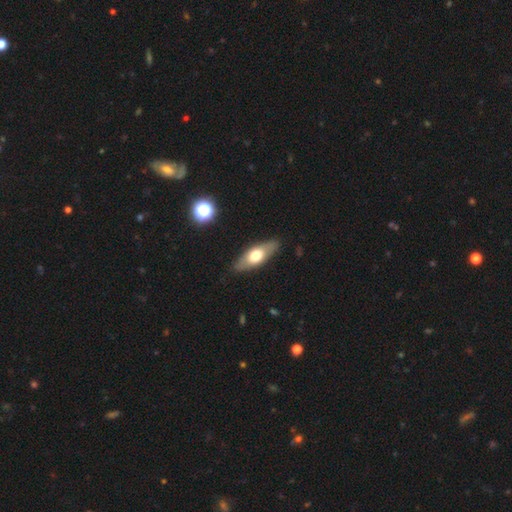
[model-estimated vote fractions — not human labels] smooth 54%, featured or disk 40%, star or artifact 6%. Down the decision tree: how rounded — in between (65%); merging — none (86%).